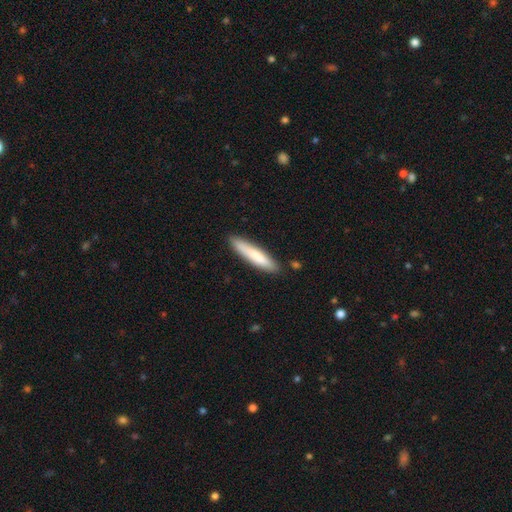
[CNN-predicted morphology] A smooth galaxy with no disk features (77%) that is cigar-shaped (88%).

Vote fractions:
- Smooth or featured? smooth: 77% / featured or disk: 18% / star or artifact: 5%
- How rounded? cigar-shaped: 88% / in between: 11% / round: 1%
- Merging? none: 84% / minor disturbance: 12% / merger: 2% / major disturbance: 2%